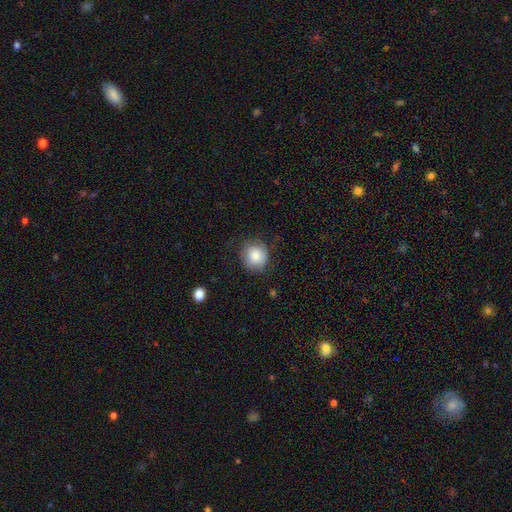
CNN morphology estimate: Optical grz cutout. It shows a smooth galaxy with no disk features (85%) that is round (87%). Merging: none (76%).